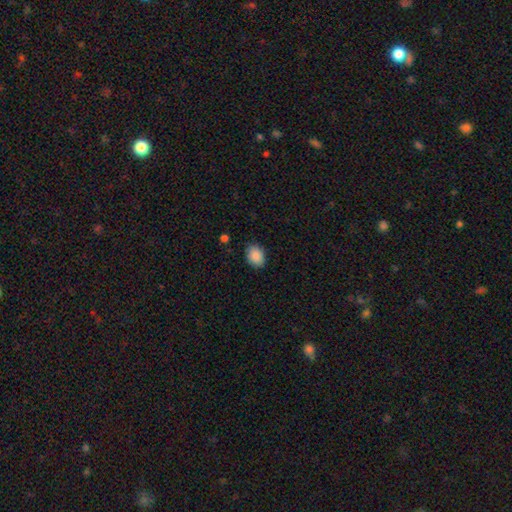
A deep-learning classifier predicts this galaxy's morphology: This appears to be a smooth galaxy with no disk features (89%) that is in between round and cigar-shaped (70%). Merging: none (85%).